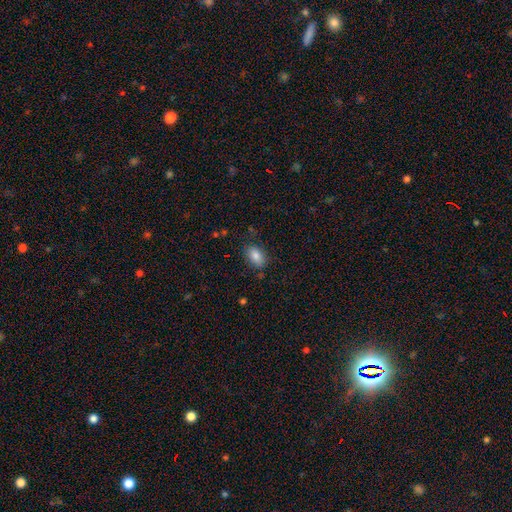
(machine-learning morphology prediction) type=smooth (84%); roundness=in between (88%); merging=none (81%).